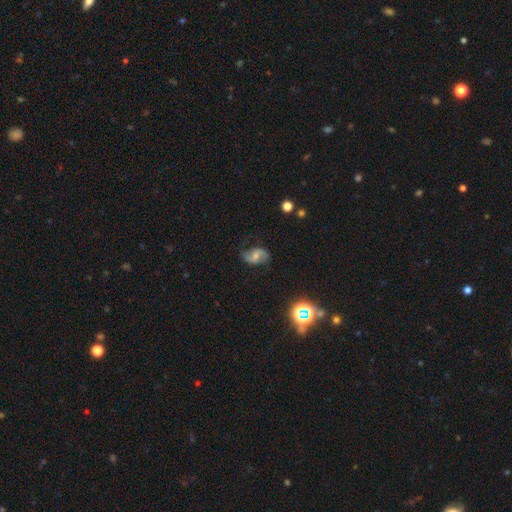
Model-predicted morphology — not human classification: Q: Smooth or featured?
A: featured or disk (74%); runner-up: smooth (17%)
Q: Edge-on disk?
A: no (97%); runner-up: yes (3%)
Q: Bar?
A: no (47%); runner-up: weak (40%)
Q: Spiral arms?
A: yes (93%); runner-up: no (7%)
Q: Spiral winding?
A: loose (58%); runner-up: medium (32%)
Q: Spiral arm count?
A: 2 (91%); runner-up: can't tell (4%)
Q: Bulge size?
A: moderate (49%); runner-up: small (41%)
Q: Merging?
A: none (76%); runner-up: minor disturbance (17%)